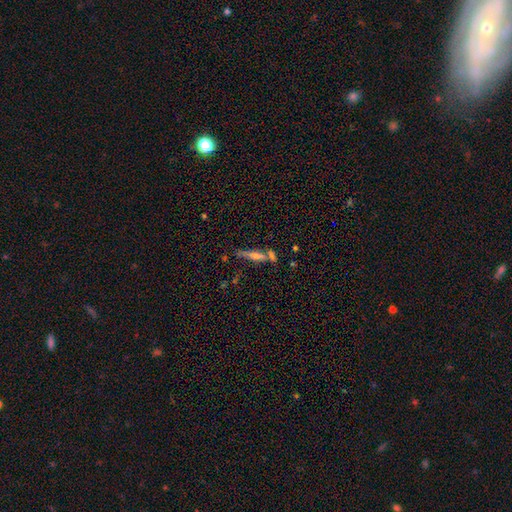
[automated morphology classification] A featured or disk galaxy (50%) viewed edge-on (90%).

Vote fractions:
- Smooth or featured? featured or disk: 50% / smooth: 39% / star or artifact: 11%
- Edge-on disk? yes: 90% / no: 10%
- Merging? none: 60% / merger: 21% / minor disturbance: 13% / major disturbance: 5%